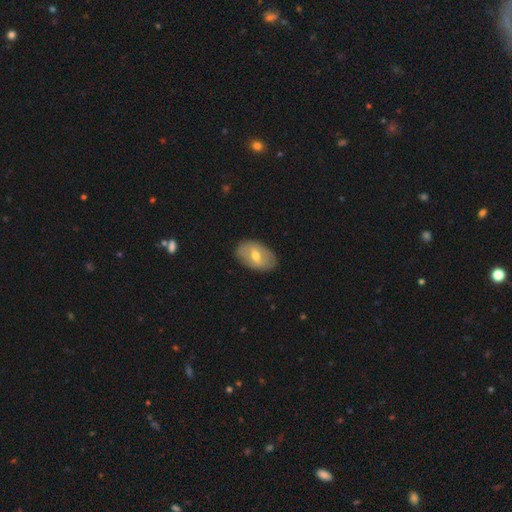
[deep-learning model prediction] smooth 49%, featured or disk 44%, star or artifact 7%. Down the decision tree: merging — none (84%).